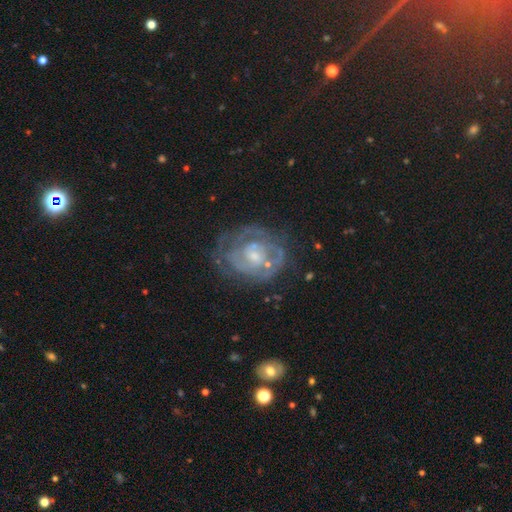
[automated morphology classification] This is likely a featured or disk galaxy (76%). It is clearly not viewed edge-on (97%). Bar: likely no (62%). Spiral arm pattern: likely yes (79%). Spiral arm count: possibly can't tell (46%). Spiral winding: likely tight (66%). Central bulge: possibly small (56%). Merging: likely none (70%).